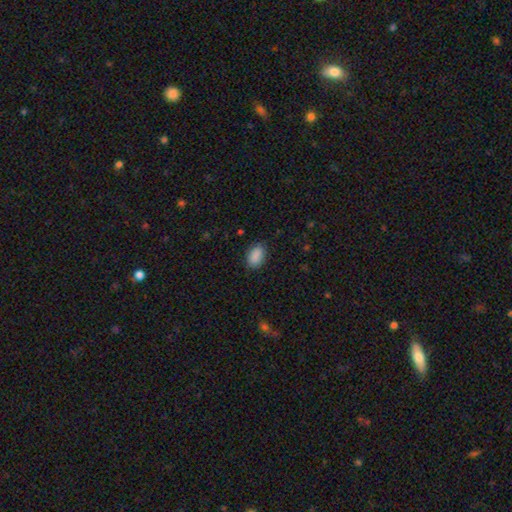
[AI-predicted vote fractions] A smooth galaxy with no disk features (90%) that is in between round and cigar-shaped (90%). Merging: none (84%).